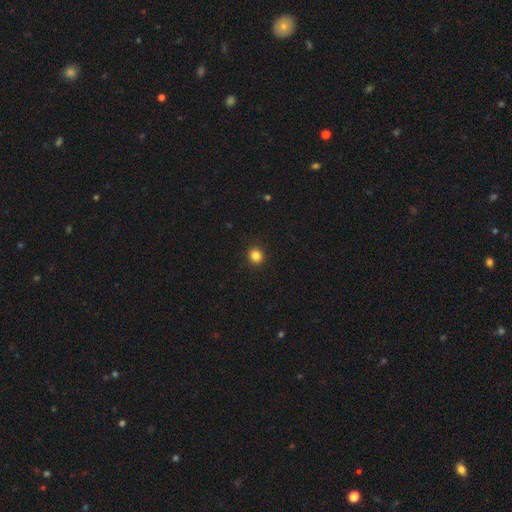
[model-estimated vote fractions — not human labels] Smooth or featured: smooth — 84% (star or artifact — 12%)
How rounded: round — 91% (in between — 8%)
Merging: none — 93% (minor disturbance — 5%)